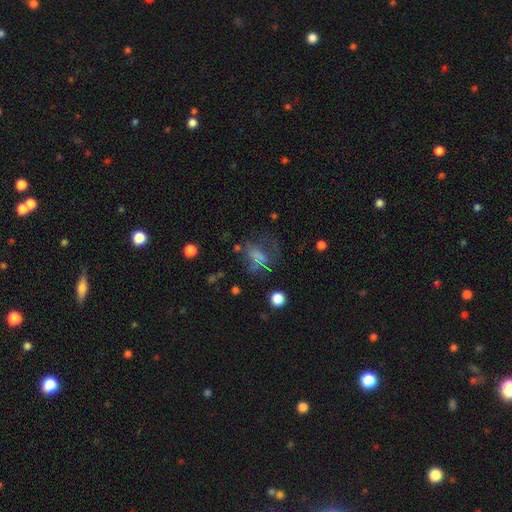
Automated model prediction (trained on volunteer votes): Smooth or featured?
  - smooth: 46% *
  - featured or disk: 31%
  - star or artifact: 23%
Merging?
  - none: 38% *
  - major disturbance: 36%
  - minor disturbance: 20%
  - merger: 6%